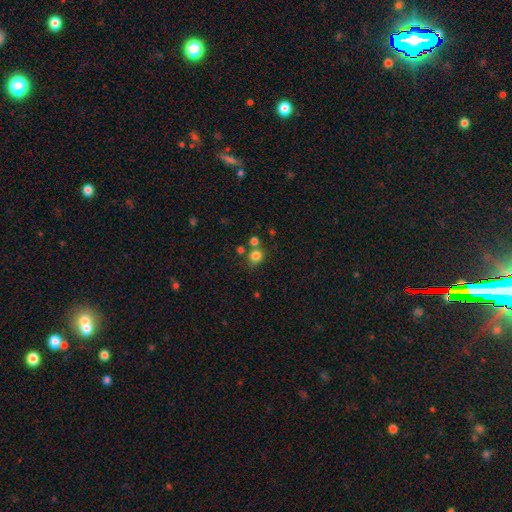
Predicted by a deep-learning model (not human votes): smooth-or-featured: smooth: 80% | star or artifact: 14% | featured or disk: 6%
  how-rounded: round: 75% | in between: 24% | cigar-shaped: 1%
  merging: none: 64% | merger: 20% | minor disturbance: 12% | major disturbance: 5%